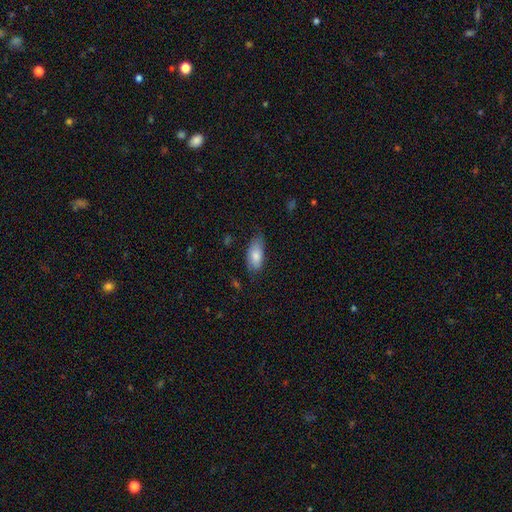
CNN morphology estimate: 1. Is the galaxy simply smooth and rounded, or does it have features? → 81% smooth, 13% featured or disk, 6% star or artifact.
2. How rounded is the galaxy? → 88% in between, 10% cigar-shaped, 3% round.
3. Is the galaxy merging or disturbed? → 63% none, 30% minor disturbance, 6% major disturbance, 2% merger.